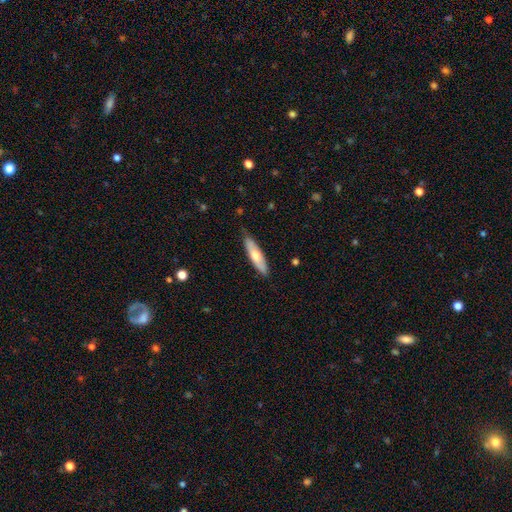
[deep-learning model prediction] Smooth or featured?
  - smooth: 58% *
  - featured or disk: 37%
  - star or artifact: 5%
How rounded?
  - cigar-shaped: 63% *
  - in between: 35%
  - round: 2%
Merging?
  - none: 80% *
  - minor disturbance: 16%
  - major disturbance: 2%
  - merger: 1%